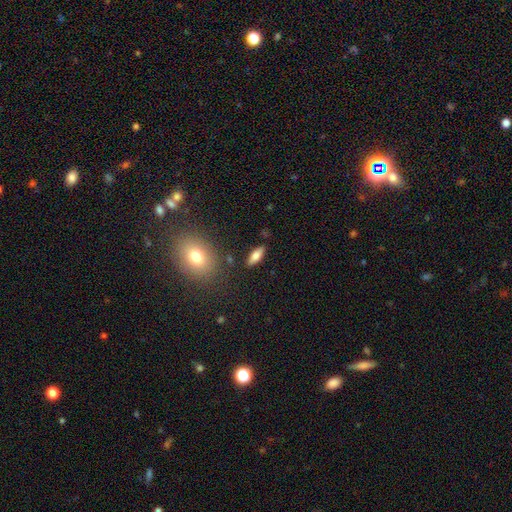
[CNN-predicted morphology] Smooth or featured? Predicted: smooth (p=0.69). How rounded? Predicted: in between (p=0.62). Merging? Predicted: none (p=0.84).